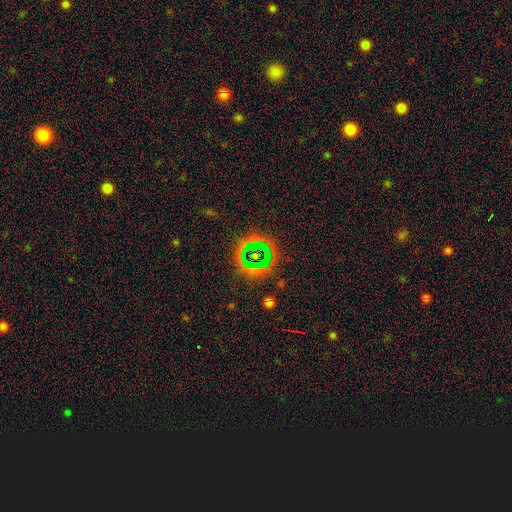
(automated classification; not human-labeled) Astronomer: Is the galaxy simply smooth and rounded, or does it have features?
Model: star or artifact — 71%.